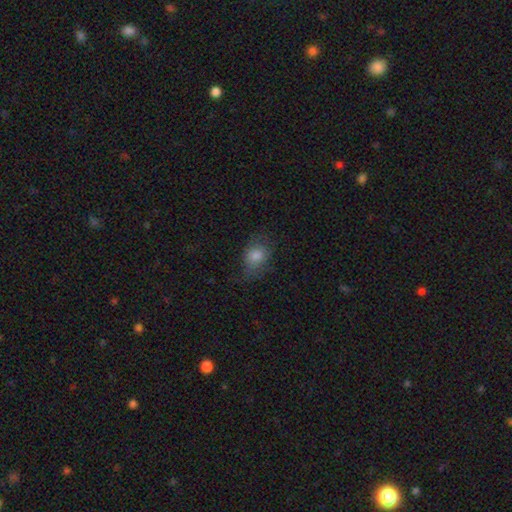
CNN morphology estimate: Overall: smooth (76%). How rounded: in between (65%; round 34%). Merging: none (60%; minor disturbance 26%).